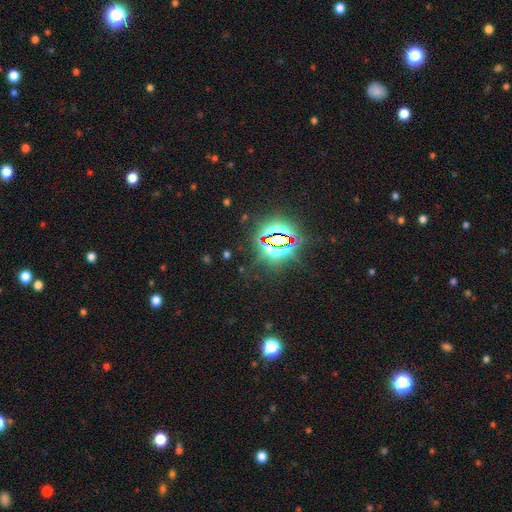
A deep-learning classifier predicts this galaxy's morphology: Smooth or featured? star or artifact (84%)